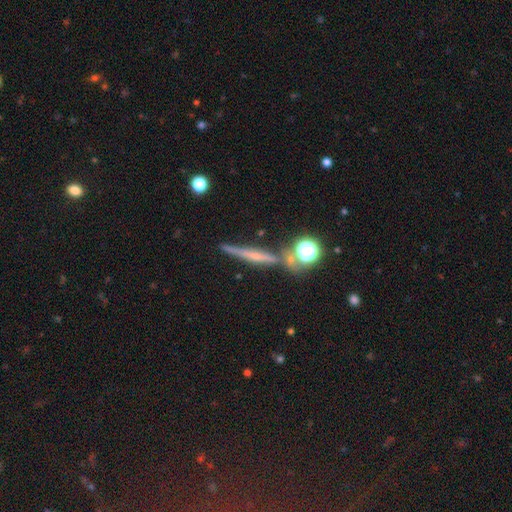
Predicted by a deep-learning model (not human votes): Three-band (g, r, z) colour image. It shows a featured or disk galaxy (61%) viewed edge-on (94%) with a rounded central bulge (55%). Merging: none (77%).